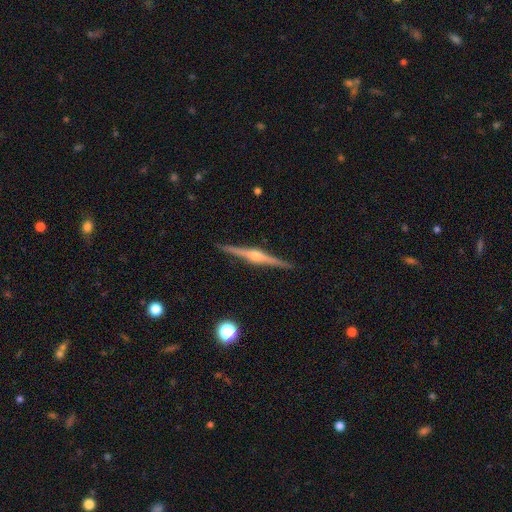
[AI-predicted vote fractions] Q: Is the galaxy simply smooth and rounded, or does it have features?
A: featured or disk — 86%.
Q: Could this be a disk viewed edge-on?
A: yes — 99%.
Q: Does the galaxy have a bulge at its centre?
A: rounded — 92%.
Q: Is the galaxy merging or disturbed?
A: none — 92%.